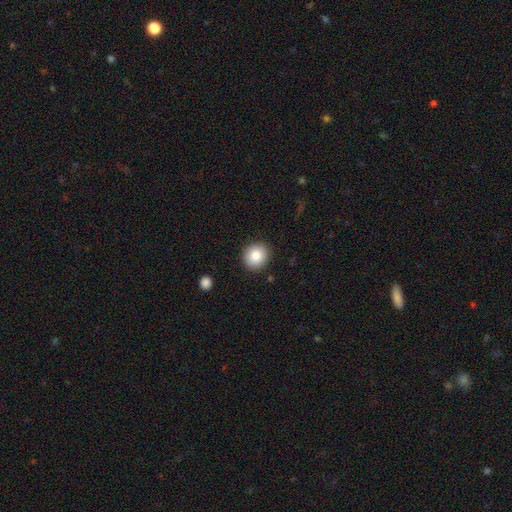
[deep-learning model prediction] A smooth galaxy with no disk features (85%) that is round (89%). Merging: none (90%).